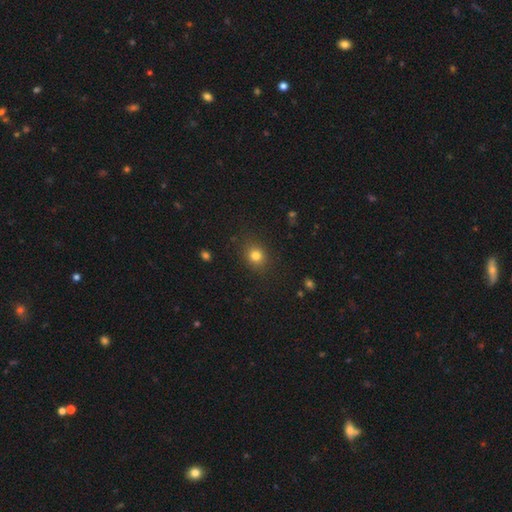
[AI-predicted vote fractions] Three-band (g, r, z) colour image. It shows a smooth galaxy with no disk features (80%) that is round (76%). Merging: none (87%).